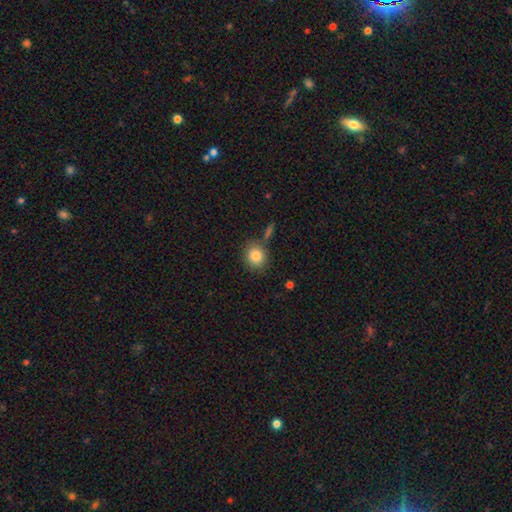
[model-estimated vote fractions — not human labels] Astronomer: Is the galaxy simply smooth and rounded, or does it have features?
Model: smooth — 84%.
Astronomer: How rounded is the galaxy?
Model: round — 77%.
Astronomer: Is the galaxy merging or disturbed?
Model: none — 75%.